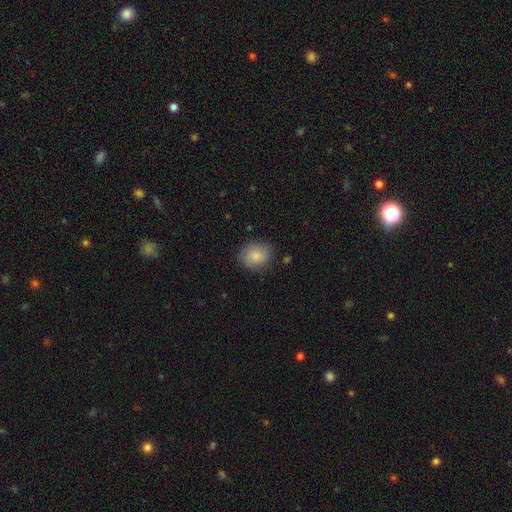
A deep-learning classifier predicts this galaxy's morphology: This is clearly a smooth galaxy (84%). How rounded: likely round (64%). Merging: clearly none (82%).